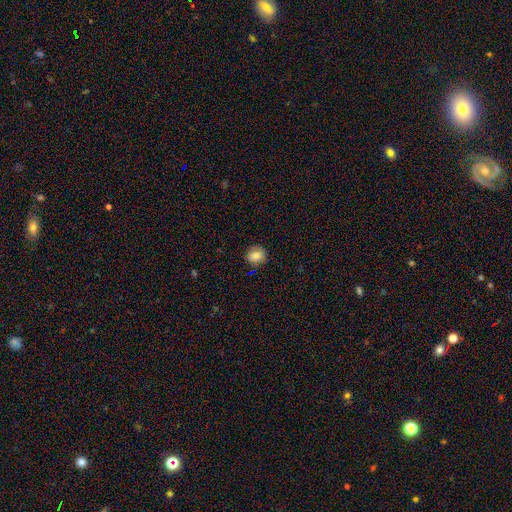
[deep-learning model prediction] The model was most divided on "how rounded": round: 76%, in between: 23%, cigar-shaped: 1%. More confident: merging — none (83%); smooth or featured — smooth (79%).